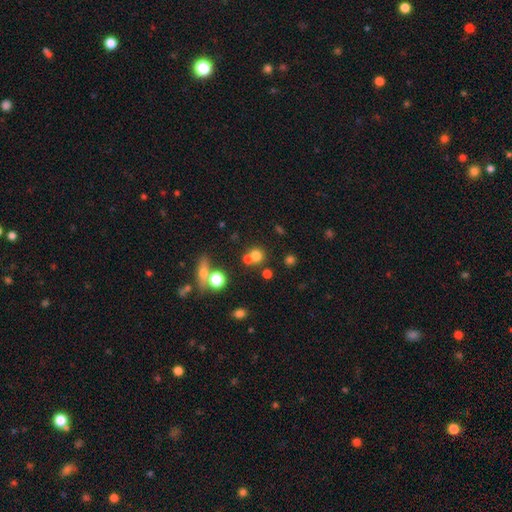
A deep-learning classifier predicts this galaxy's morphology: Q: Smooth or featured?
A: smooth (68%); runner-up: star or artifact (20%)
Q: How rounded?
A: round (89%); runner-up: in between (10%)
Q: Merging?
A: none (57%); runner-up: merger (33%)